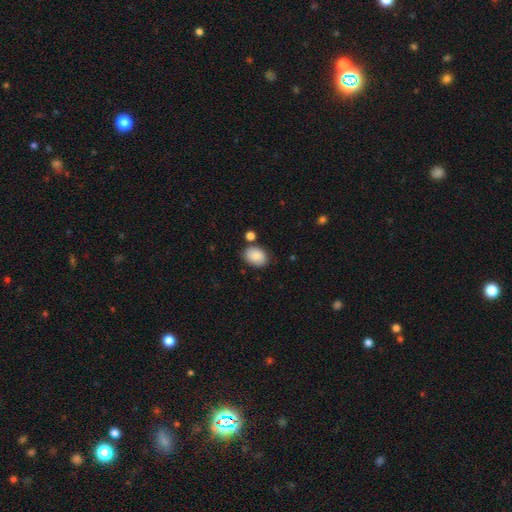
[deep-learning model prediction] Smooth or featured?
  - smooth: 85% *
  - star or artifact: 7%
  - featured or disk: 7%
How rounded?
  - in between: 71% *
  - round: 28%
  - cigar-shaped: 1%
Merging?
  - none: 75% *
  - minor disturbance: 14%
  - merger: 7%
  - major disturbance: 3%